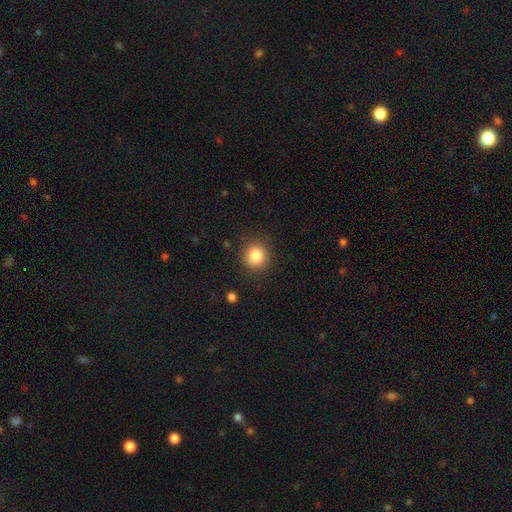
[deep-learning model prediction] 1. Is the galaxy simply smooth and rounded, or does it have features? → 84% smooth, 11% star or artifact, 6% featured or disk.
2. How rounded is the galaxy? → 89% round, 10% in between, 1% cigar-shaped.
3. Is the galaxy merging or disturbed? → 87% none, 8% minor disturbance, 3% major disturbance, 1% merger.